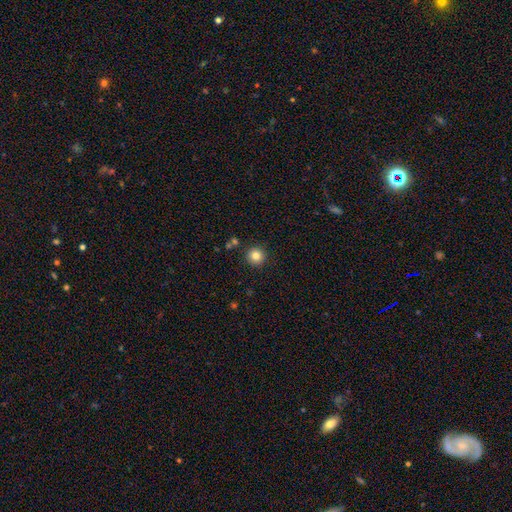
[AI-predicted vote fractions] A smooth galaxy with no disk features (82%) that is round (95%). Merging: none (90%).